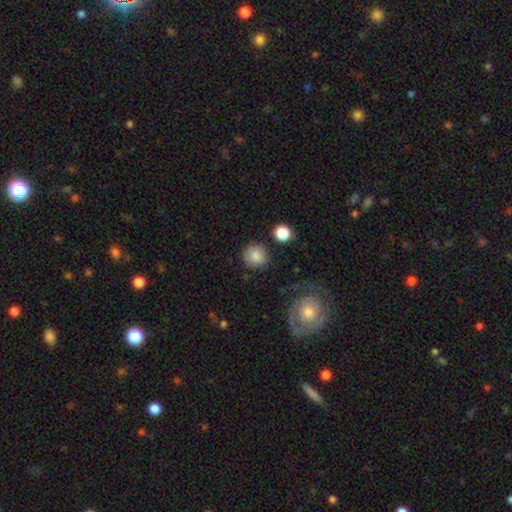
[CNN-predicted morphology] Smooth or featured: smooth — 84% (star or artifact — 9%)
How rounded: round — 87% (in between — 12%)
Merging: none — 80% (minor disturbance — 13%)